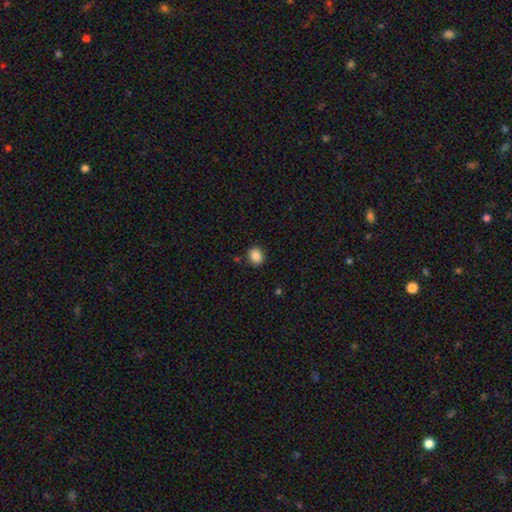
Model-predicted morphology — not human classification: smooth 87%, star or artifact 9%, featured or disk 4%. Down the decision tree: how rounded — round (68%); merging — none (87%).